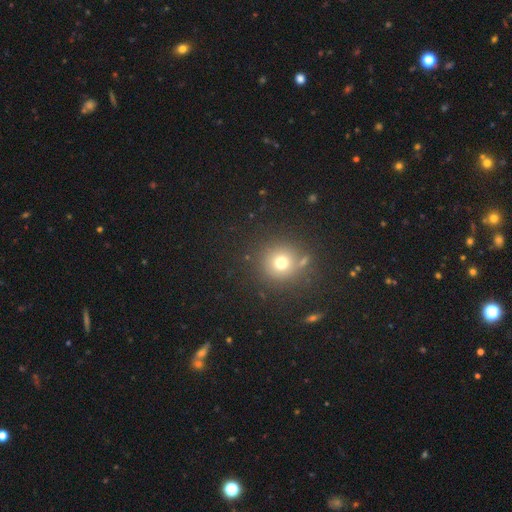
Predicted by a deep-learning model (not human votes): smooth 56%, star or artifact 37%, featured or disk 7%. Down the decision tree: how rounded — round (88%); merging — none (90%).